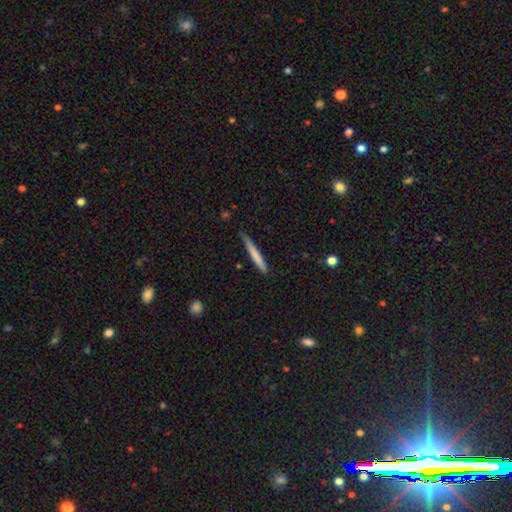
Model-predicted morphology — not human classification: Smooth or featured? smooth (72%)
How rounded? cigar-shaped (96%)
Merging? none (78%)